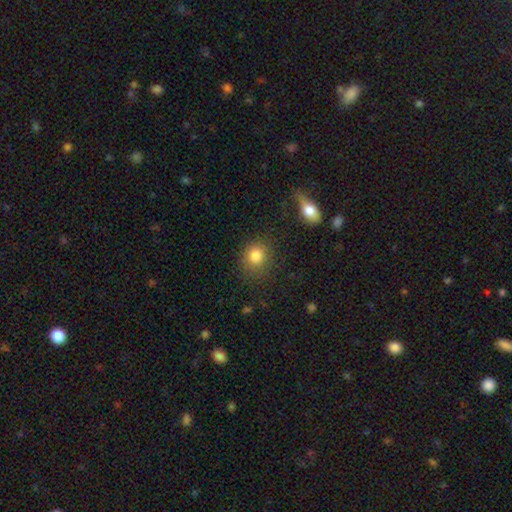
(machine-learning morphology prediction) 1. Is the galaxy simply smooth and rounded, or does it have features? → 83% smooth, 11% star or artifact, 6% featured or disk.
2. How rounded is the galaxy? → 79% round, 20% in between, 1% cigar-shaped.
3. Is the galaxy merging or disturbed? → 80% none, 12% minor disturbance, 5% major disturbance, 3% merger.